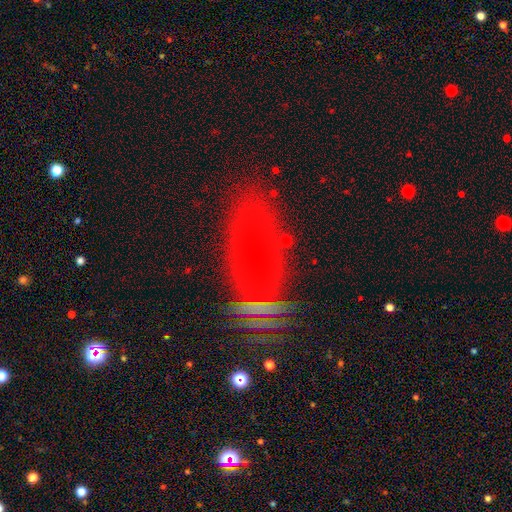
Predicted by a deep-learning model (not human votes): Smooth or featured? Predicted: smooth (p=0.49). Merging? Predicted: none (p=0.65).